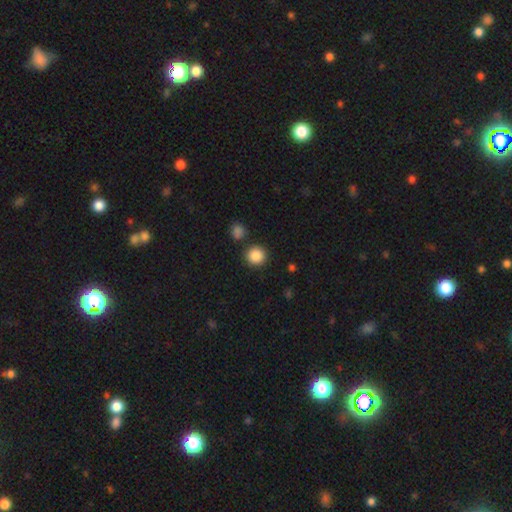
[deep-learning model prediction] This appears to be a smooth galaxy with no disk features (87%) that is round (92%). Merging: none (85%).